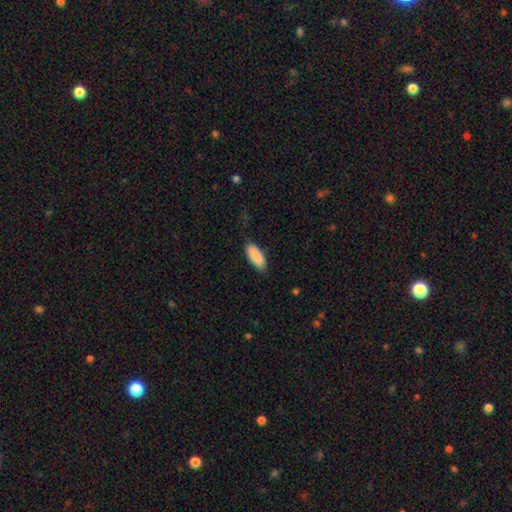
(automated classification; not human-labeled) This is clearly a smooth galaxy (90%). How rounded: clearly in between (81%). Merging: clearly none (80%).